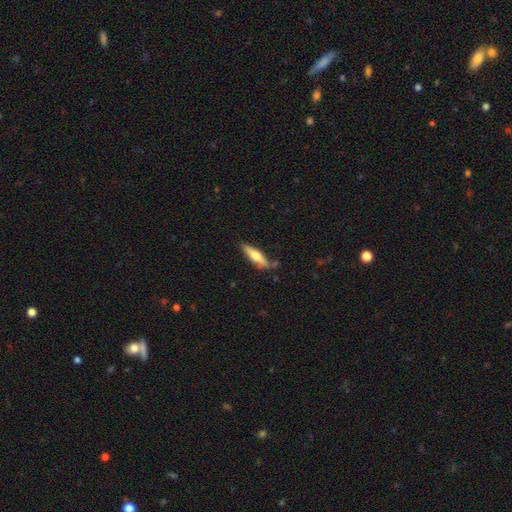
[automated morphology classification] The model was most divided on "smooth or featured": smooth: 58%, featured or disk: 37%, star or artifact: 6%. More confident: merging — none (74%); how rounded — cigar-shaped (69%).